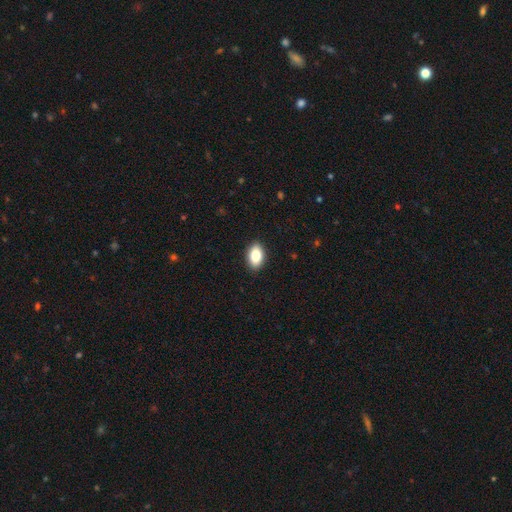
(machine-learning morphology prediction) A smooth galaxy with no disk features (84%) that is in between round and cigar-shaped (90%). Merging: none (90%).